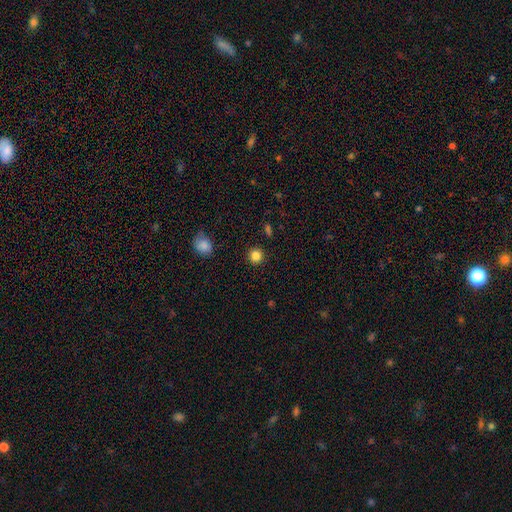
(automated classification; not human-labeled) smooth 84%, star or artifact 12%, featured or disk 4%. Down the decision tree: how rounded — round (94%); merging — none (92%).